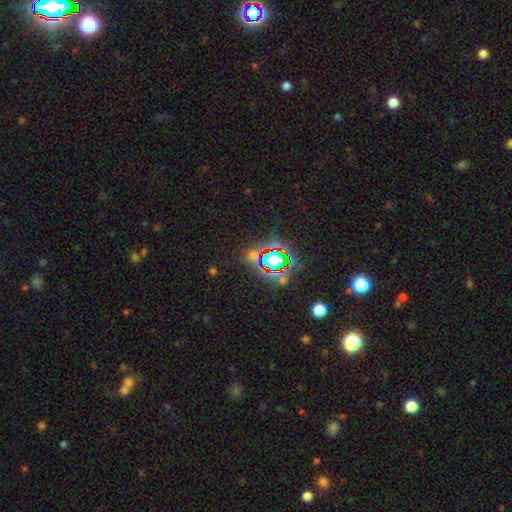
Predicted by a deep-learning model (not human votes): This appears to be a star or artifact, not a galaxy (74%).